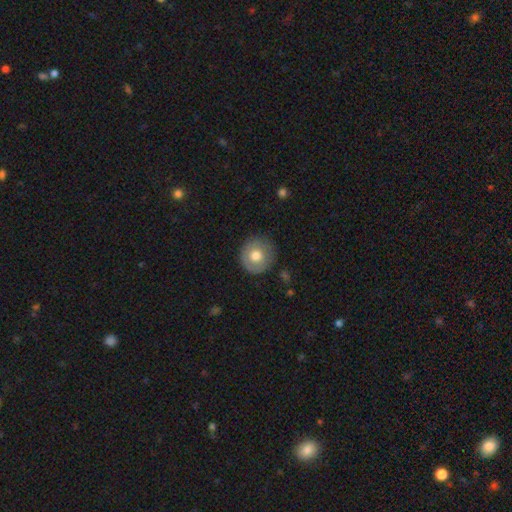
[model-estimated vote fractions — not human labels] The model was most divided on "smooth or featured": smooth: 66%, featured or disk: 27%, star or artifact: 7%. More confident: how rounded — round (93%); merging — none (82%).